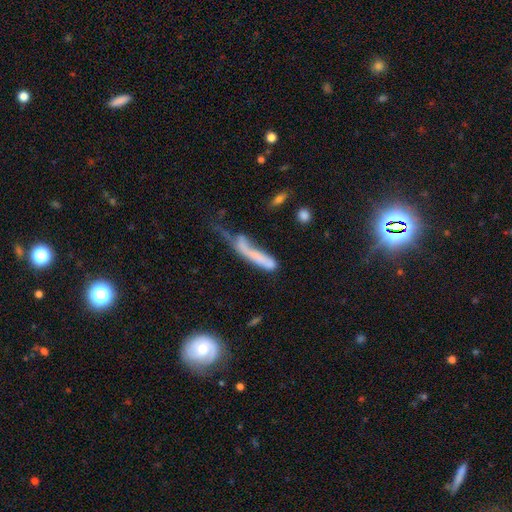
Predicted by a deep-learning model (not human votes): This is possibly a smooth galaxy (53%). How rounded: likely cigar-shaped (79%). Merging: marginally major disturbance (38%).